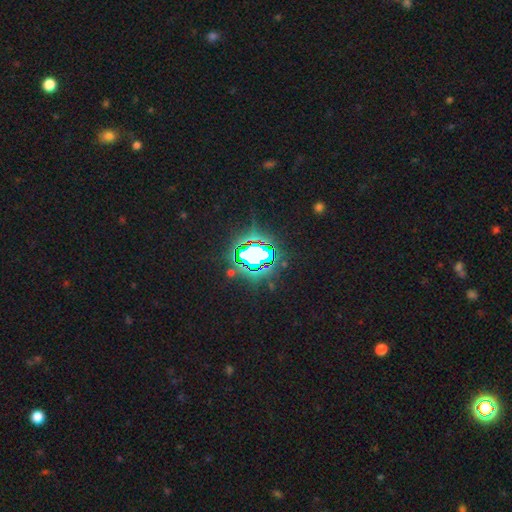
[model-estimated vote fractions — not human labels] Smooth or featured? star or artifact (72%)